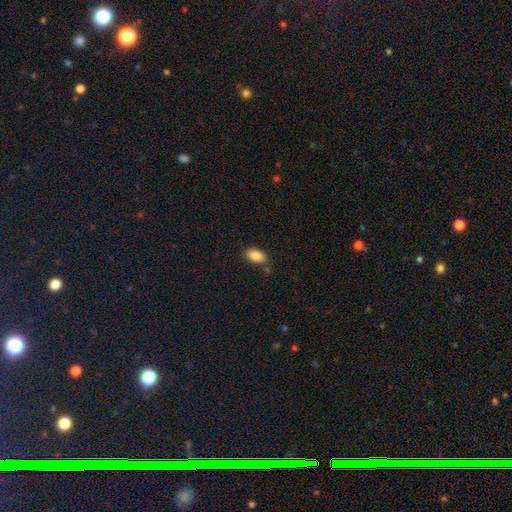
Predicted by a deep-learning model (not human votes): smooth-or-featured: smooth: 87% | star or artifact: 8% | featured or disk: 5%
  how-rounded: in between: 92% | round: 6% | cigar-shaped: 2%
  merging: none: 80% | minor disturbance: 13% | merger: 5% | major disturbance: 3%